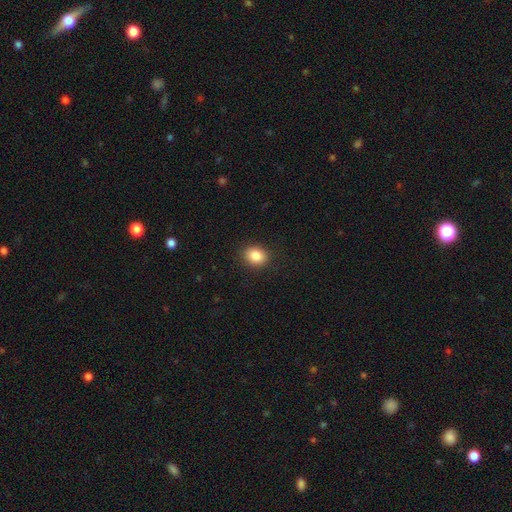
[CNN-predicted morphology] smooth 86%, star or artifact 9%, featured or disk 5%. Down the decision tree: how rounded — round (50%); merging — none (88%).